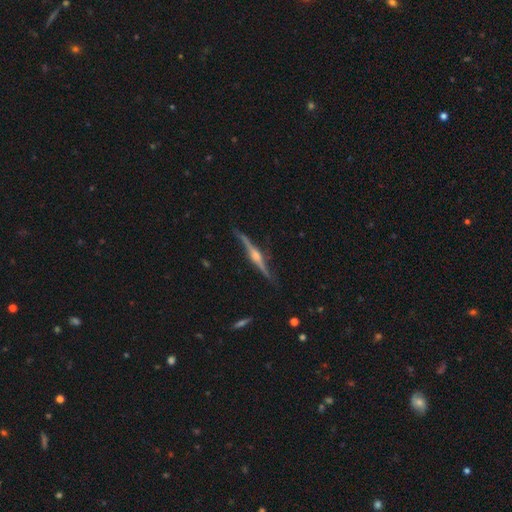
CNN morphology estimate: The model was most divided on "merging": none: 79%, minor disturbance: 16%, major disturbance: 3%, merger: 2%. More confident: edge-on disk — yes (96%); edge-on bulge — rounded (89%); smooth or featured — featured or disk (87%).